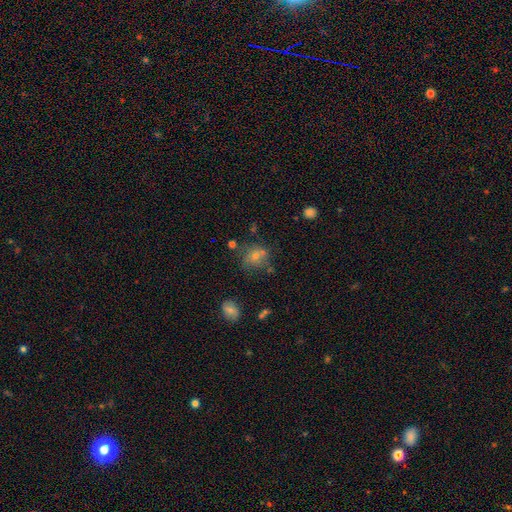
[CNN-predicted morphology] This appears to be a smooth galaxy with no disk features (65%) that is round (72%). Merging: none (56%).